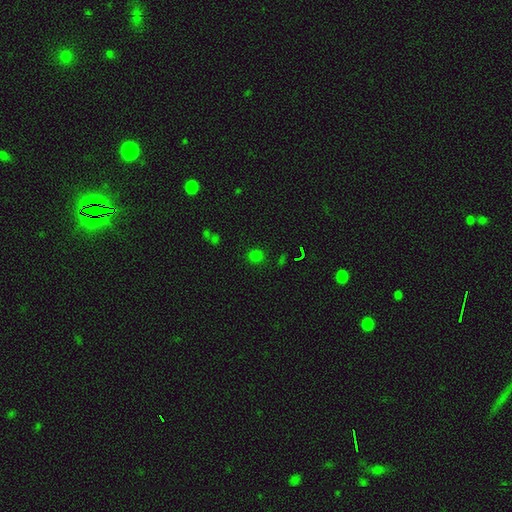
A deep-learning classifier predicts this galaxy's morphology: The model was most divided on "smooth or featured": smooth: 71%, star or artifact: 25%, featured or disk: 5%. More confident: how rounded — round (85%); merging — none (85%).